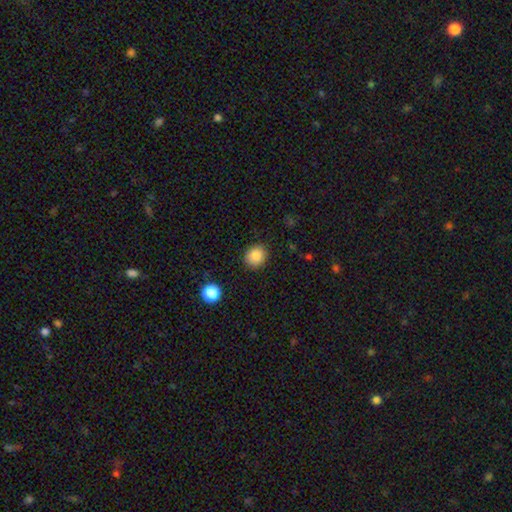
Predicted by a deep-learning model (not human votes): This appears to be a smooth galaxy with no disk features (86%) that is round (80%). Merging: none (89%).